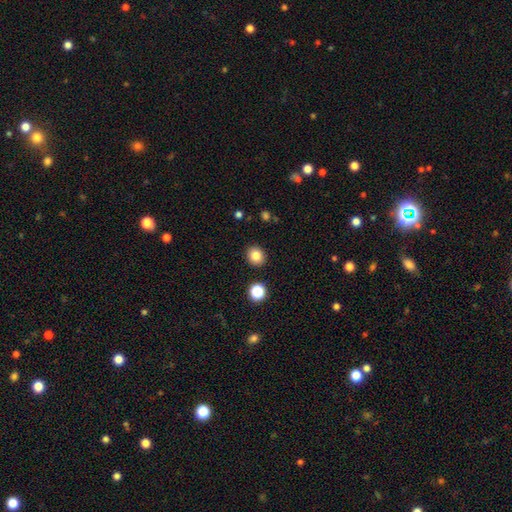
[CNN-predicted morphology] A smooth galaxy with no disk features (83%) that is round (83%).

Vote fractions:
- Smooth or featured? smooth: 83% / star or artifact: 11% / featured or disk: 6%
- How rounded? round: 83% / in between: 17% / cigar-shaped: 1%
- Merging? none: 90% / minor disturbance: 6% / merger: 2% / major disturbance: 2%